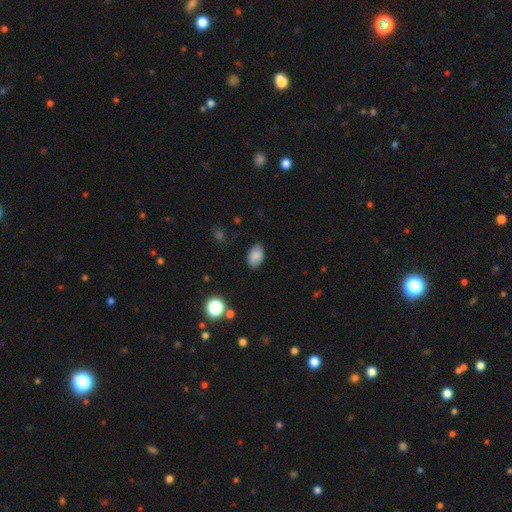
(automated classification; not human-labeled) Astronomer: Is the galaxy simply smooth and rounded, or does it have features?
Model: smooth — 85%.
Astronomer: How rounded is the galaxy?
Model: in between — 89%.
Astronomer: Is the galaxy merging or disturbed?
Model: none — 86%.